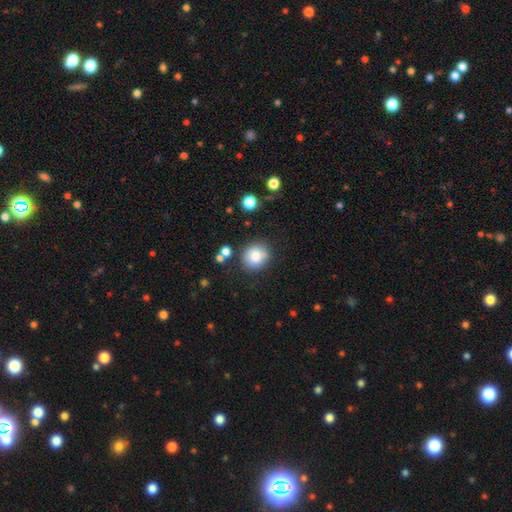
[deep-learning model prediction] Overall: smooth (82%). How rounded: round (81%). Merging: none (80%).